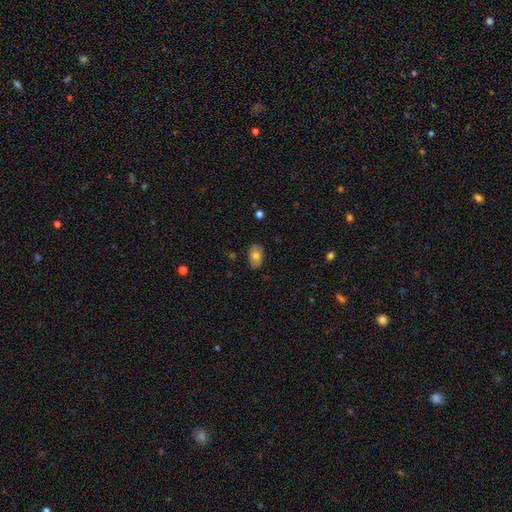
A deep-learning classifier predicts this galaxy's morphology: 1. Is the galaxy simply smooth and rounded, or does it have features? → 74% smooth, 18% featured or disk, 8% star or artifact.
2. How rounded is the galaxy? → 88% in between, 11% round, 1% cigar-shaped.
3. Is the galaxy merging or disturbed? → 85% none, 12% minor disturbance, 2% major disturbance, 1% merger.